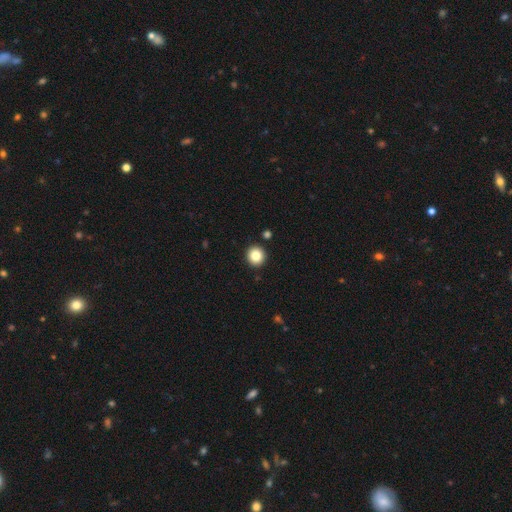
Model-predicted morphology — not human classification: smooth-or-featured: smooth: 85% | star or artifact: 10% | featured or disk: 6%
  how-rounded: round: 93% | in between: 6% | cigar-shaped: 1%
  merging: none: 92% | minor disturbance: 5% | merger: 2% | major disturbance: 2%